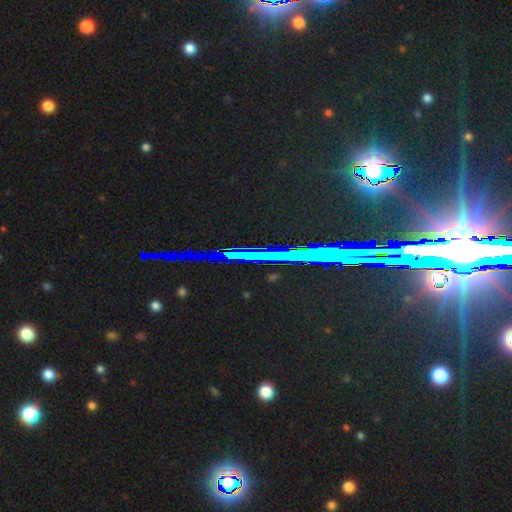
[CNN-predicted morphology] This is likely a star or artifact rather than a galaxy (74%).